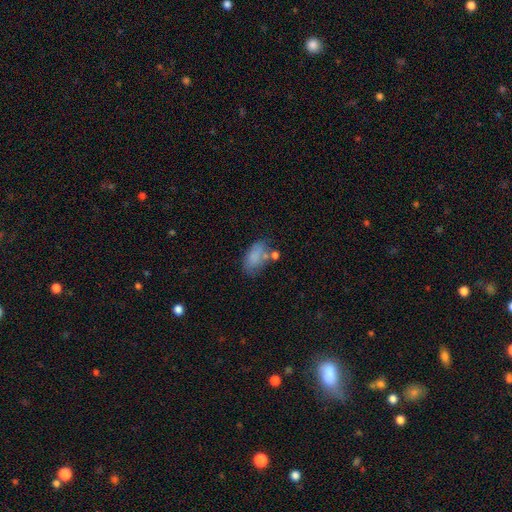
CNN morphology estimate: A smooth galaxy with no disk features (77%) that is in between round and cigar-shaped (91%). Merging: none (50%).